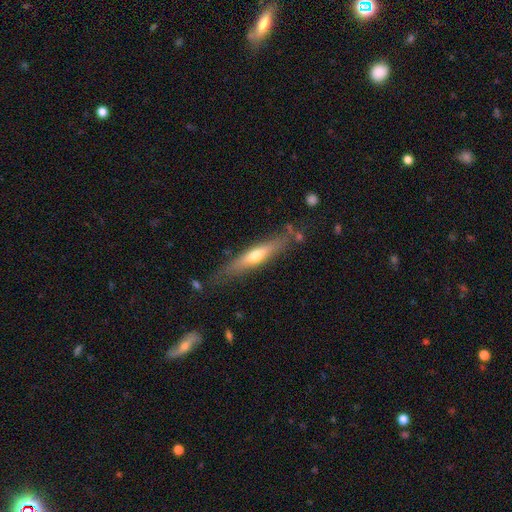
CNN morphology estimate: type=featured or disk (51%); edge-on=yes (84%); merging=none (76%).